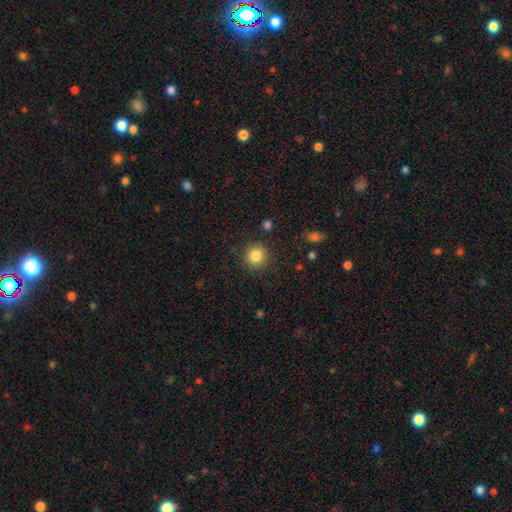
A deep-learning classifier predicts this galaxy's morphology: type=smooth (84%); roundness=round (93%); merging=none (89%).